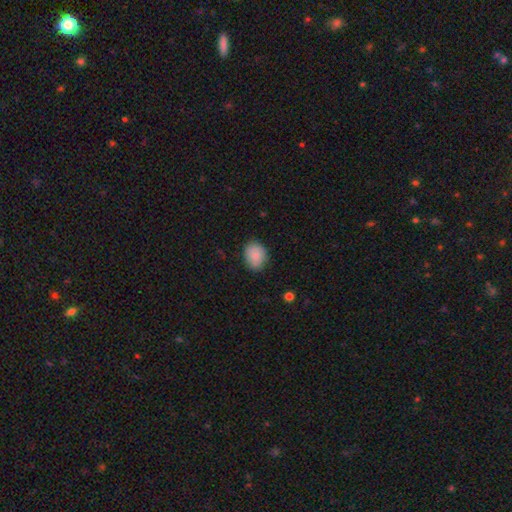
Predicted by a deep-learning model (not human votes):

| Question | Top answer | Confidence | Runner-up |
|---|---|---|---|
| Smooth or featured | smooth | 88% | star or artifact (7%) |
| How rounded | in between | 54% | round (45%) |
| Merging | none | 81% | minor disturbance (14%) |